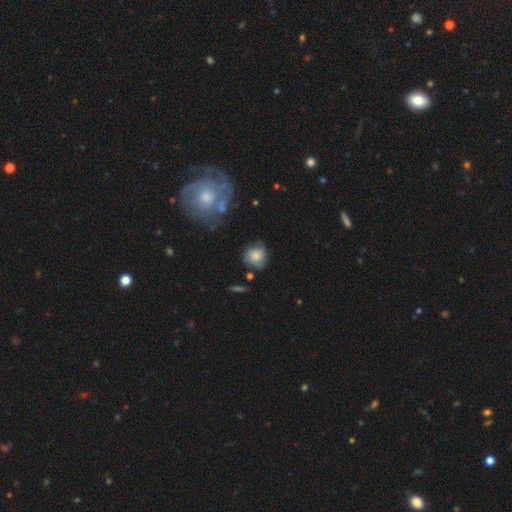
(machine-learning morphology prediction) Q: Smooth or featured?
A: smooth (64%); runner-up: featured or disk (28%)
Q: How rounded?
A: round (80%); runner-up: in between (19%)
Q: Merging?
A: none (64%); runner-up: minor disturbance (24%)